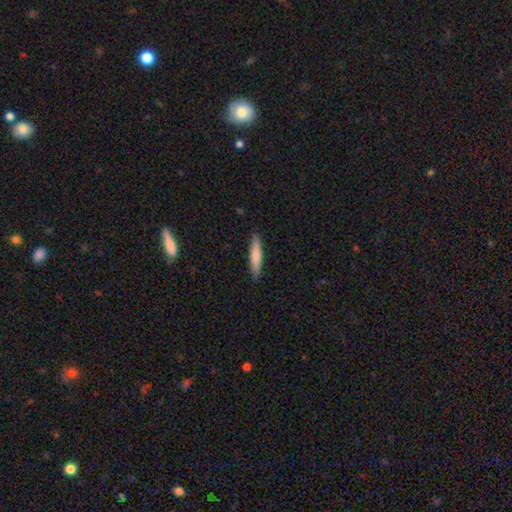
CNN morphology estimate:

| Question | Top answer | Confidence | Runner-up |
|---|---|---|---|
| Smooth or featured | smooth | 75% | featured or disk (19%) |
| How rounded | cigar-shaped | 85% | in between (13%) |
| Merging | none | 89% | minor disturbance (9%) |